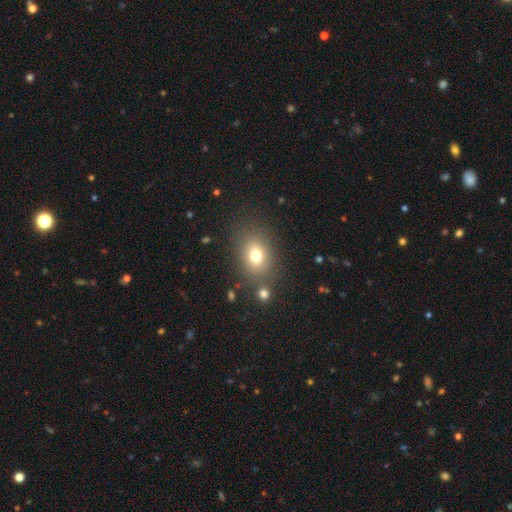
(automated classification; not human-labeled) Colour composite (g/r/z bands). It shows a smooth galaxy with no disk features (75%) that is in between round and cigar-shaped (62%). Merging: none (76%).